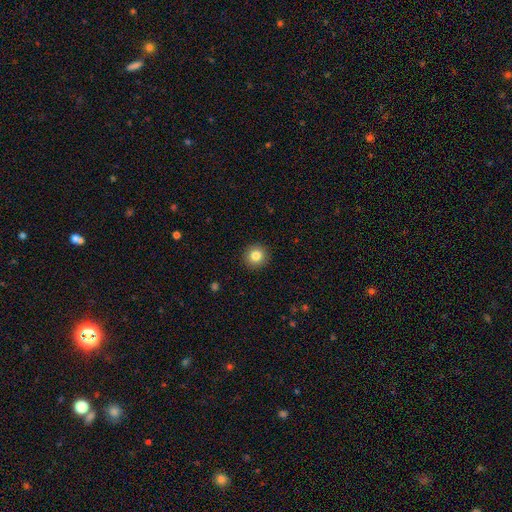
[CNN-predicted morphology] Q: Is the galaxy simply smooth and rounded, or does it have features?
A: smooth — 83%.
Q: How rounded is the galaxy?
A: round — 93%.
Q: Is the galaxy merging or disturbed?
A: none — 92%.